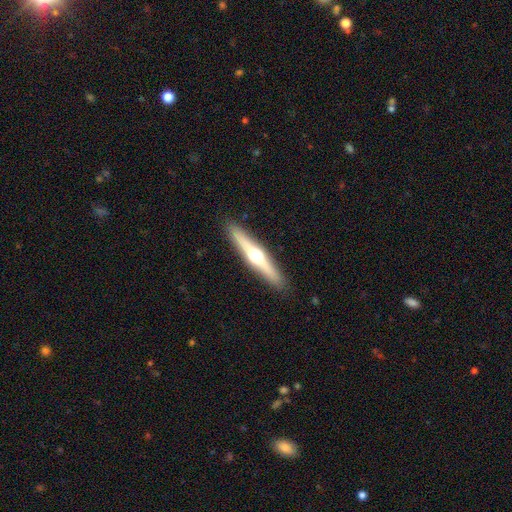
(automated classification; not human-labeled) Smooth or featured? Predicted: featured or disk (p=0.69). Edge-on disk? Predicted: yes (p=0.97). Edge-on bulge? Predicted: rounded (p=0.95). Merging? Predicted: none (p=0.92).